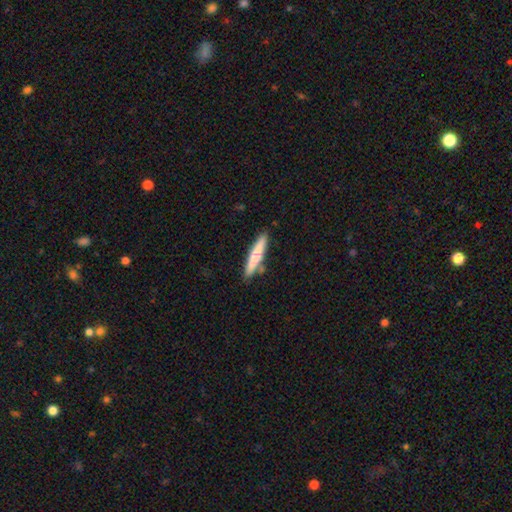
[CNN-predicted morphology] A smooth galaxy with no disk features (67%) that is cigar-shaped (91%).

Vote fractions:
- Smooth or featured? smooth: 67% / featured or disk: 27% / star or artifact: 6%
- How rounded? cigar-shaped: 91% / in between: 8% / round: 1%
- Merging? none: 82% / minor disturbance: 11% / merger: 5% / major disturbance: 2%